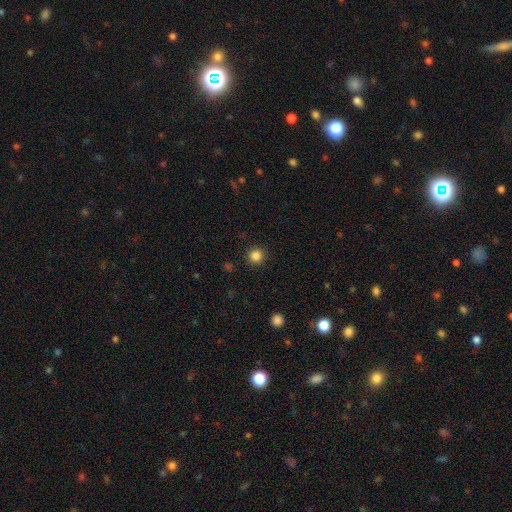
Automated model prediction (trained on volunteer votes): Q: Smooth or featured?
A: smooth (84%); runner-up: star or artifact (12%)
Q: How rounded?
A: round (95%); runner-up: in between (4%)
Q: Merging?
A: none (92%); runner-up: minor disturbance (5%)